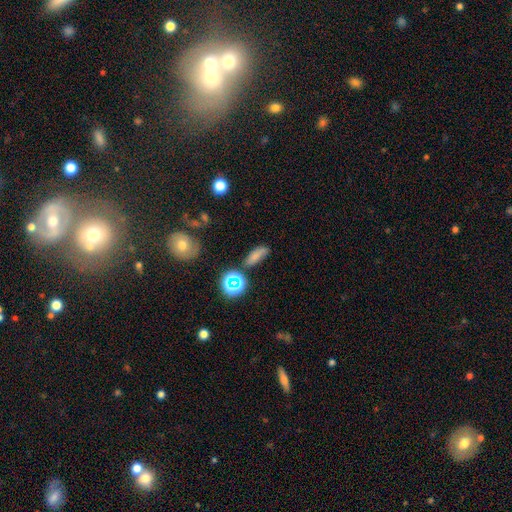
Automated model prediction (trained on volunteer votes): A smooth galaxy with no disk features (70%) that is in between round and cigar-shaped (59%). Merging: none (71%).